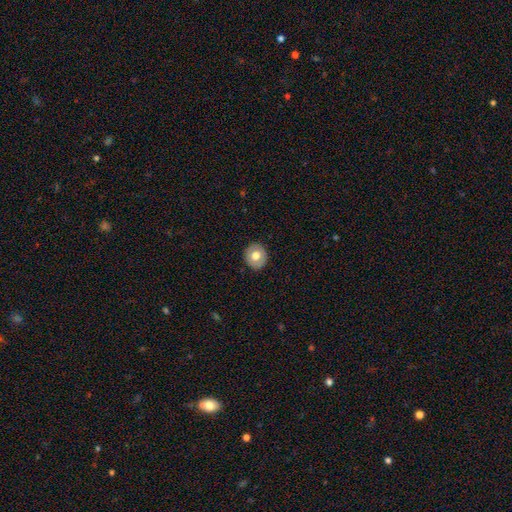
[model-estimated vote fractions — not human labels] Overall: smooth (67%). How rounded: round (83%). Merging: none (90%).